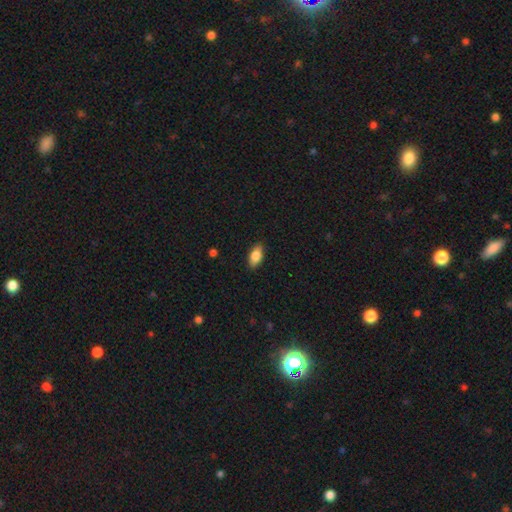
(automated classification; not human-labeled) This is clearly a smooth galaxy (84%). How rounded: clearly in between (90%). Merging: clearly none (88%).